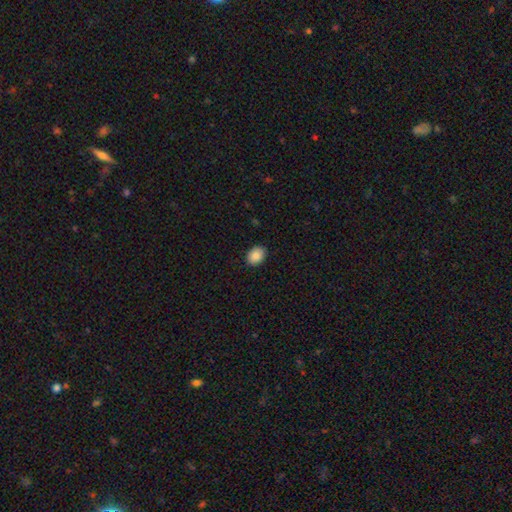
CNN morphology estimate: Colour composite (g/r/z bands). It shows a smooth galaxy with no disk features (88%) that is in between round and cigar-shaped (61%). Merging: none (86%).